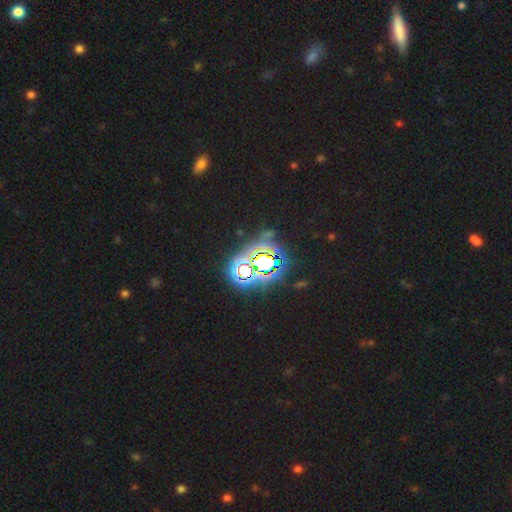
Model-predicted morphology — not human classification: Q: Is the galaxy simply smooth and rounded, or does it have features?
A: star or artifact — 80%.